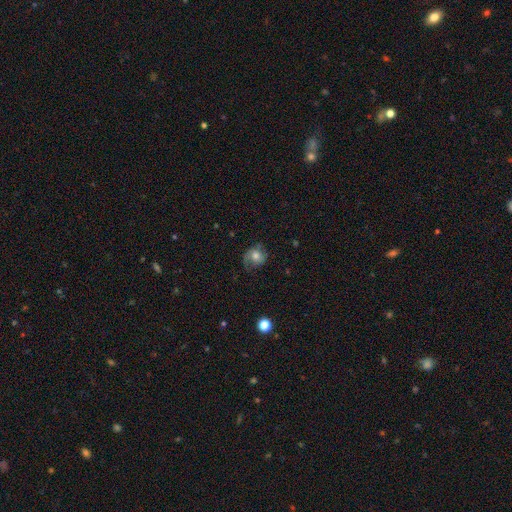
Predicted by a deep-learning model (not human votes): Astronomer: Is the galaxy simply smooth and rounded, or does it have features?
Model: smooth — 46% (runner-up: featured or disk, 44%).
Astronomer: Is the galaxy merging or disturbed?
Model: none — 57%.